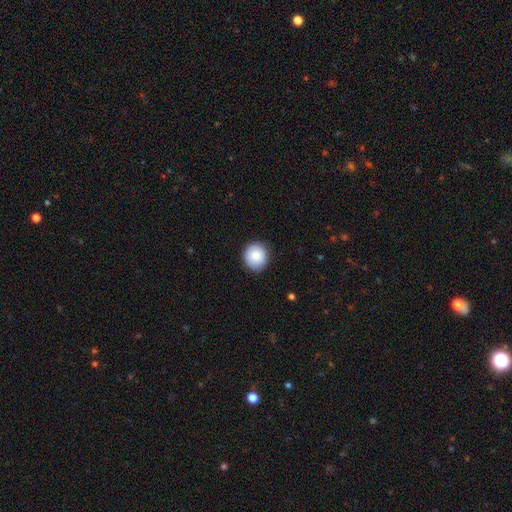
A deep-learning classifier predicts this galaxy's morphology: smooth_or_featured: smooth (p=0.85) [alt: star or artifact p=0.08]
how_rounded: round (p=0.90) [alt: in between p=0.09]
merging: none (p=0.88) [alt: minor disturbance p=0.09]